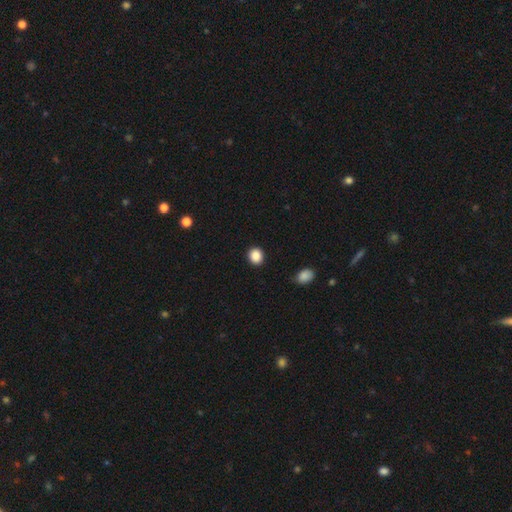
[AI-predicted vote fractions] A smooth galaxy with no disk features (88%) that is round (76%). Merging: none (90%).